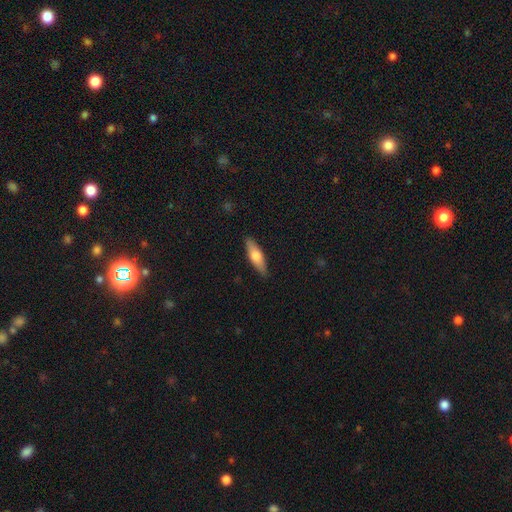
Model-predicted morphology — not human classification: The model was most divided on "how rounded": cigar-shaped: 56%, in between: 41%, round: 2%. More confident: merging — none (88%); smooth or featured — smooth (62%).